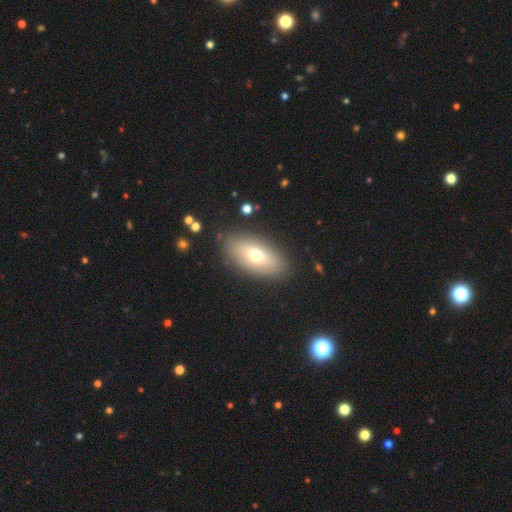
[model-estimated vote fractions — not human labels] A smooth galaxy with no disk features (66%) that is in between round and cigar-shaped (88%). Merging: none (86%).